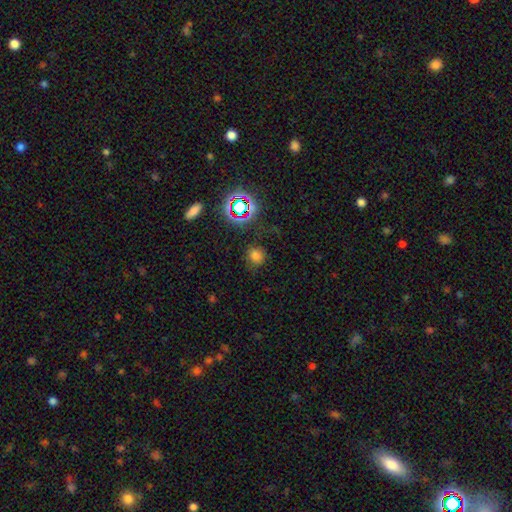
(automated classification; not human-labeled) smooth_or_featured: smooth (p=0.69) [alt: star or artifact p=0.24]
how_rounded: round (p=0.79) [alt: in between p=0.19]
merging: none (p=0.77) [alt: minor disturbance p=0.14]